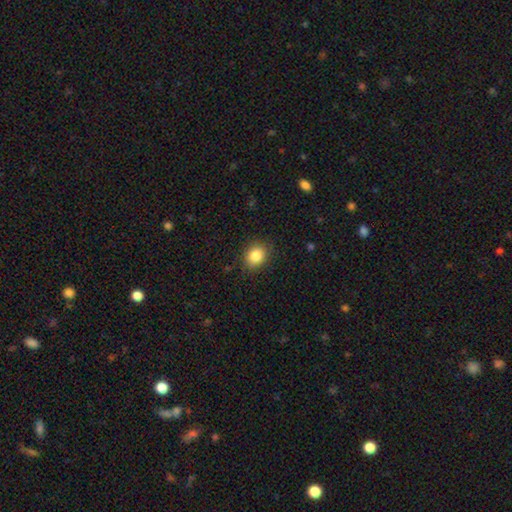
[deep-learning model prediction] Smooth or featured: smooth — 86% (star or artifact — 9%)
How rounded: round — 61% (in between — 38%)
Merging: none — 85% (minor disturbance — 11%)